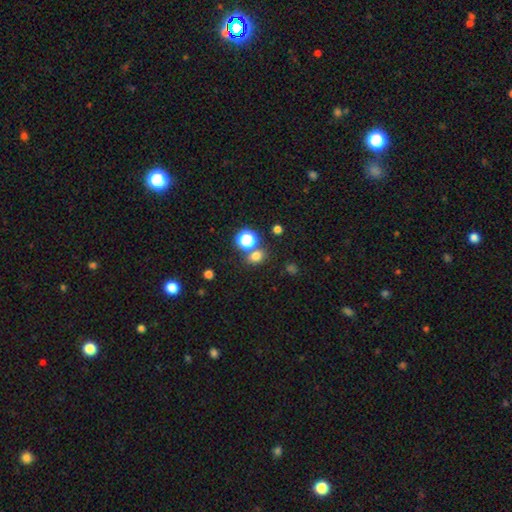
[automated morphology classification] smooth_or_featured: smooth (p=0.72) [alt: star or artifact p=0.22]
how_rounded: round (p=0.55) [alt: in between p=0.43]
merging: none (p=0.70) [alt: merger p=0.16]